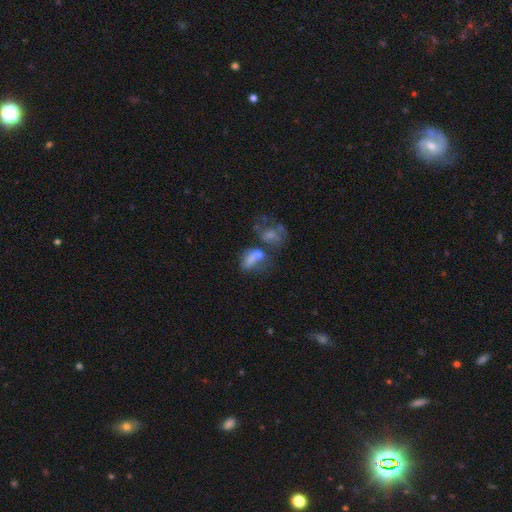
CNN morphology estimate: smooth 45%, featured or disk 36%, star or artifact 19%. Down the decision tree: merging — merger (50%).